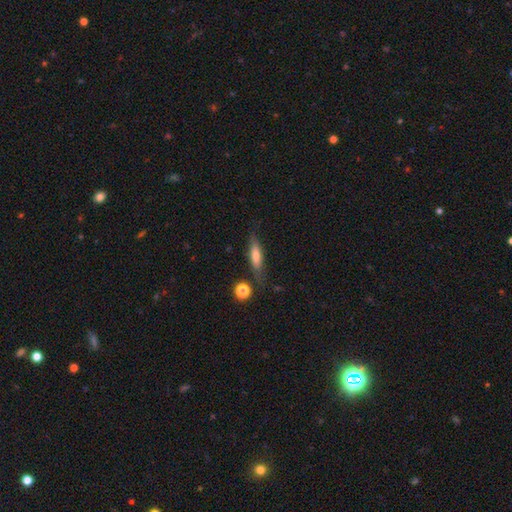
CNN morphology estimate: smooth-or-featured: smooth: 55% | featured or disk: 36% | star or artifact: 9%
  how-rounded: cigar-shaped: 70% | in between: 26% | round: 3%
  merging: none: 74% | minor disturbance: 16% | major disturbance: 5% | merger: 4%